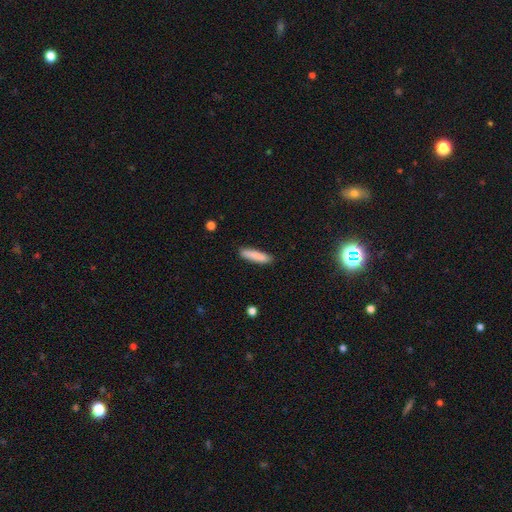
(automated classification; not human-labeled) Smooth or featured? Predicted: smooth (p=0.86). How rounded? Predicted: cigar-shaped (p=0.82). Merging? Predicted: none (p=0.88).